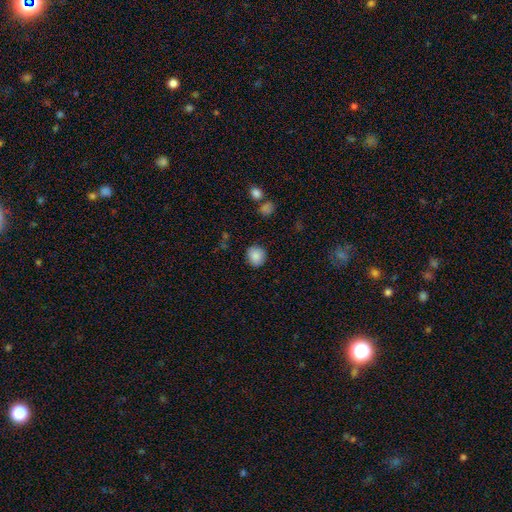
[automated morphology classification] Overall: smooth (87%). How rounded: round (83%). Merging: none (87%).